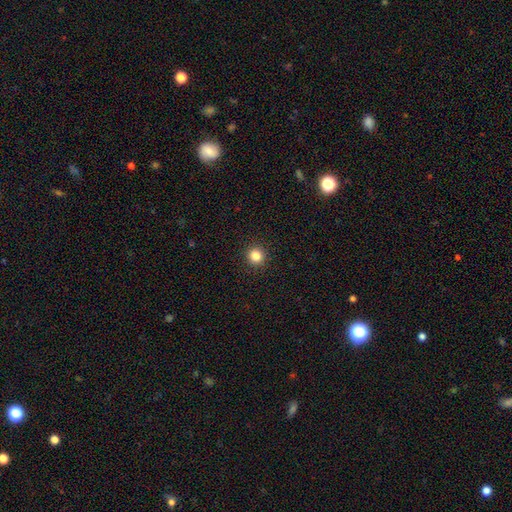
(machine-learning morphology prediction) A smooth galaxy with no disk features (84%) that is round (93%). Merging: none (93%).